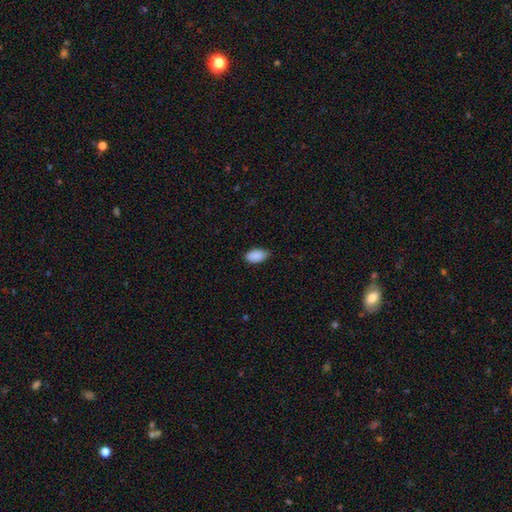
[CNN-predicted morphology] Smooth or featured? smooth (90%)
How rounded? in between (94%)
Merging? none (74%)